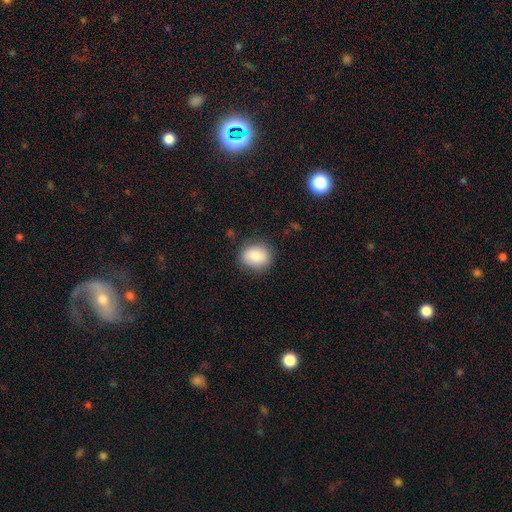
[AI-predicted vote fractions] Smooth or featured? smooth (83%)
How rounded? round (64%)
Merging? none (83%)